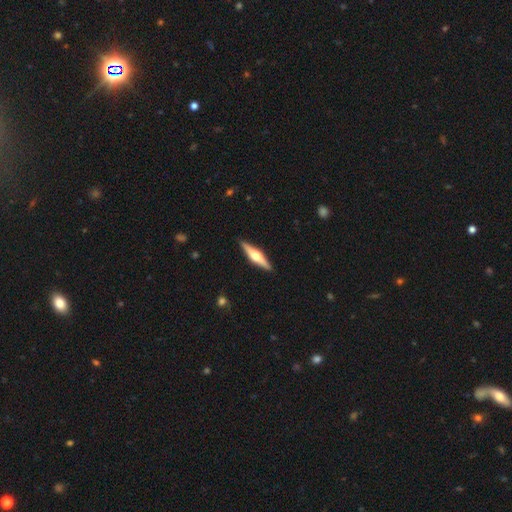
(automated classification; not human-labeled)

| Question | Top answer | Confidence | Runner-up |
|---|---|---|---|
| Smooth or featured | featured or disk | 71% | smooth (24%) |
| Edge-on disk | yes | 97% | no (3%) |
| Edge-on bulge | rounded | 94% | boxy (4%) |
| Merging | none | 91% | minor disturbance (7%) |